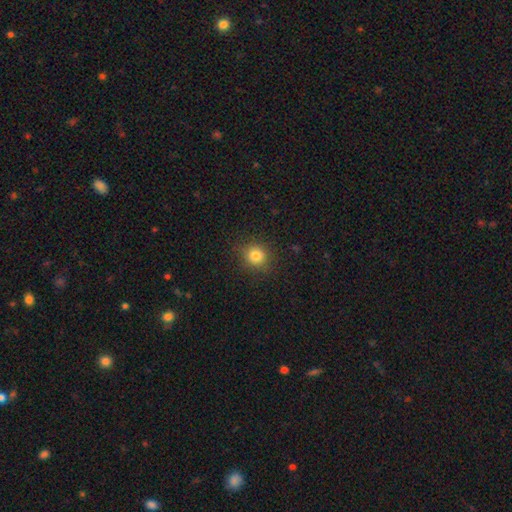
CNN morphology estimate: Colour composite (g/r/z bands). It shows a smooth galaxy with no disk features (82%) that is round (86%). Merging: none (87%).